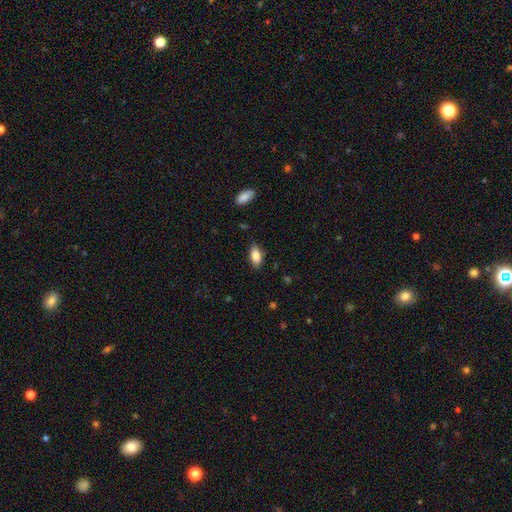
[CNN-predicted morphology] Smooth or featured? smooth (85%)
How rounded? in between (89%)
Merging? none (85%)